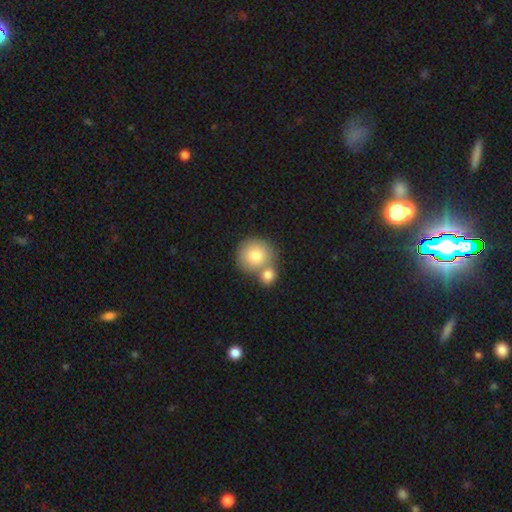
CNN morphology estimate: Smooth or featured?
  - smooth: 80% *
  - featured or disk: 13%
  - star or artifact: 8%
How rounded?
  - round: 90% *
  - in between: 9%
  - cigar-shaped: 1%
Merging?
  - none: 46% *
  - merger: 42%
  - minor disturbance: 9%
  - major disturbance: 3%